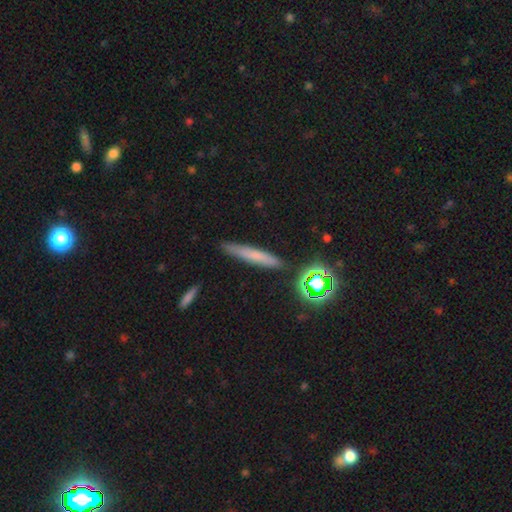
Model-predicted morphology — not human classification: Smooth or featured? Predicted: smooth (p=0.62). How rounded? Predicted: cigar-shaped (p=0.90). Merging? Predicted: none (p=0.85).